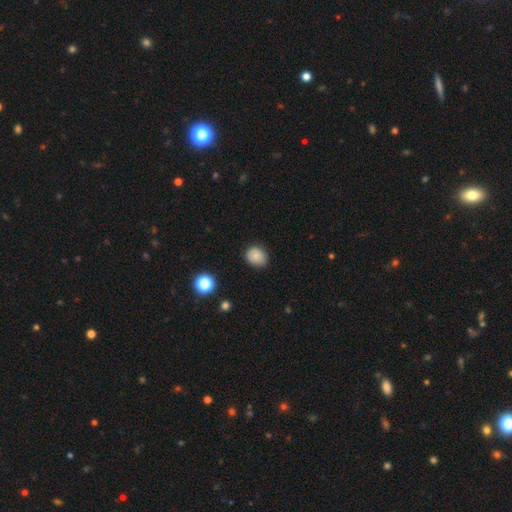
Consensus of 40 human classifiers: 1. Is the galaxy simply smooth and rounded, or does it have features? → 88% smooth, 8% star or artifact, 5% featured or disk.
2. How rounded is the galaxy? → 60% round, 40% in between, 0% cigar-shaped.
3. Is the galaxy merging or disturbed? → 70% none, 27% minor disturbance, 3% merger, 0% major disturbance.